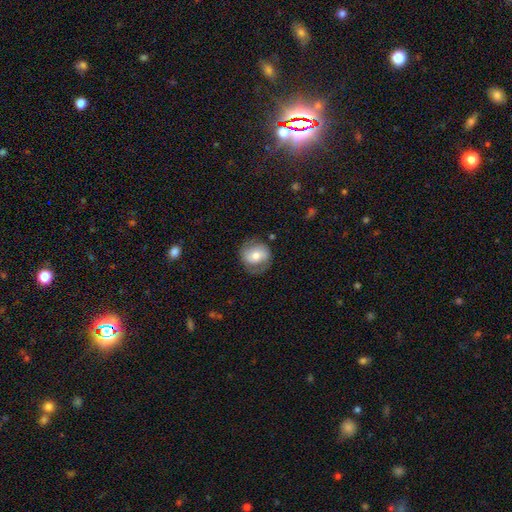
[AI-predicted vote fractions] Smooth or featured? smooth (54%)
How rounded? round (75%)
Merging? none (69%)